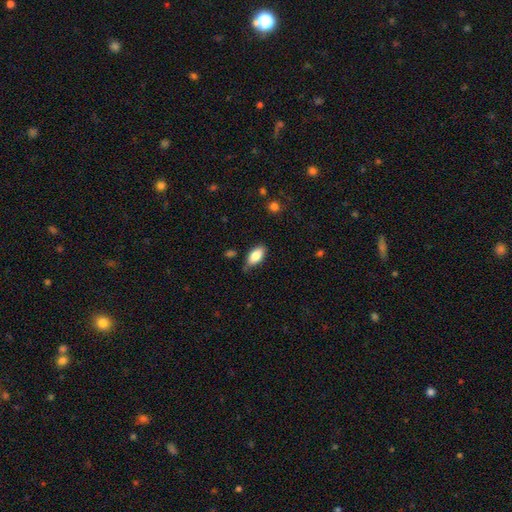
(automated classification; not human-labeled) A smooth galaxy with no disk features (82%) that is in between round and cigar-shaped (90%). Merging: none (71%).